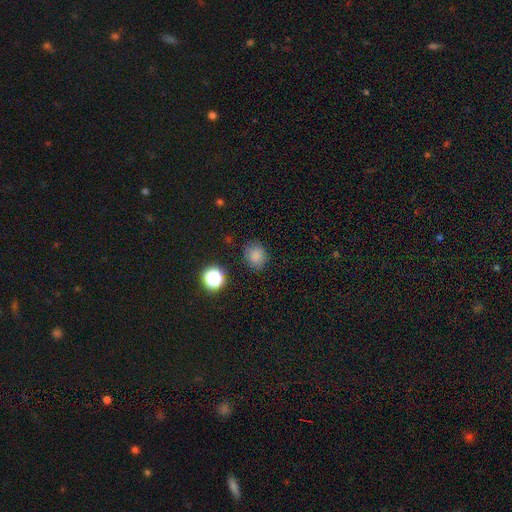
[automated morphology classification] Smooth or featured: smooth — 81% (star or artifact — 14%)
How rounded: round — 64% (in between — 35%)
Merging: none — 82% (minor disturbance — 12%)